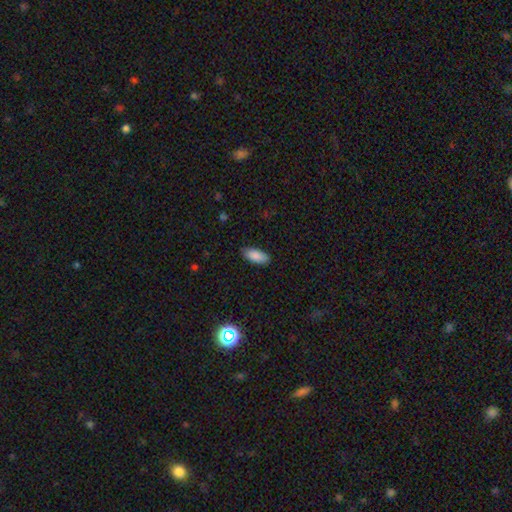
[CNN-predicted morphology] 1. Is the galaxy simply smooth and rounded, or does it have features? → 88% smooth, 7% star or artifact, 5% featured or disk.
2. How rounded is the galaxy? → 87% in between, 11% cigar-shaped, 2% round.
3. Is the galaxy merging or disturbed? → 84% none, 12% minor disturbance, 2% major disturbance, 1% merger.